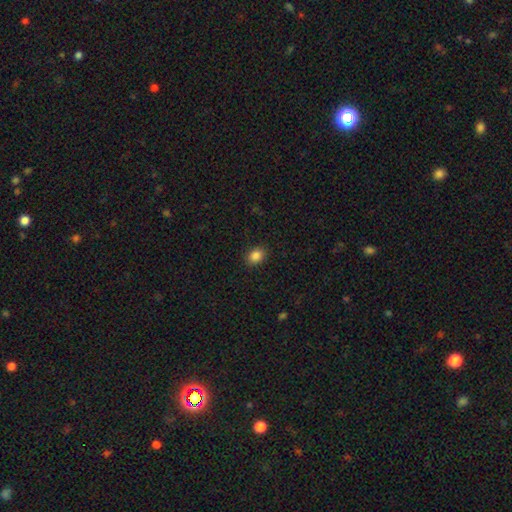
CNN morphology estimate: smooth 85%, star or artifact 10%, featured or disk 4%. Down the decision tree: how rounded — in between (57%); merging — none (90%).